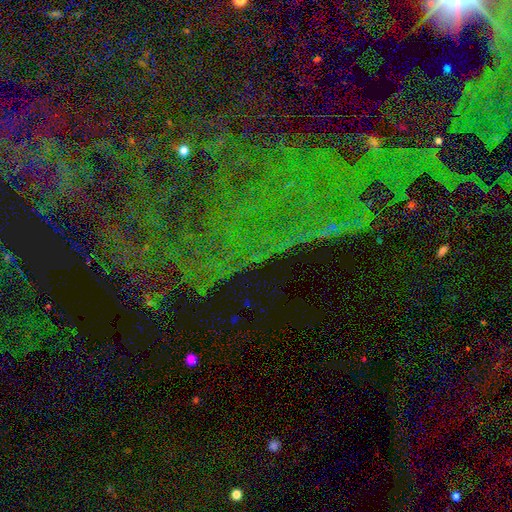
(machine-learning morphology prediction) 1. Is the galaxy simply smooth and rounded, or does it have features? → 77% star or artifact, 13% featured or disk, 10% smooth.